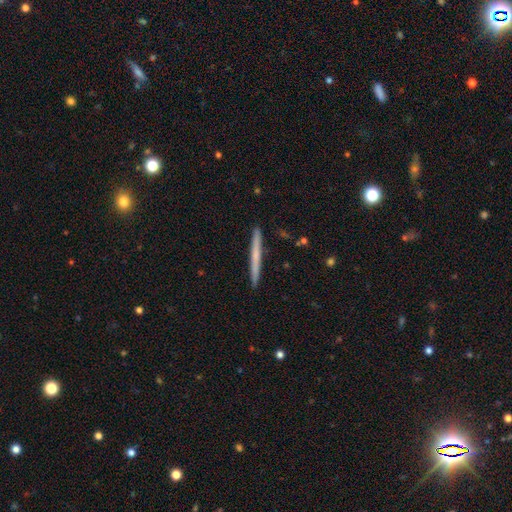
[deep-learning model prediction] Smooth or featured?
  - smooth: 50% *
  - featured or disk: 45%
  - star or artifact: 6%
Merging?
  - none: 92% *
  - minor disturbance: 5%
  - merger: 1%
  - major disturbance: 1%